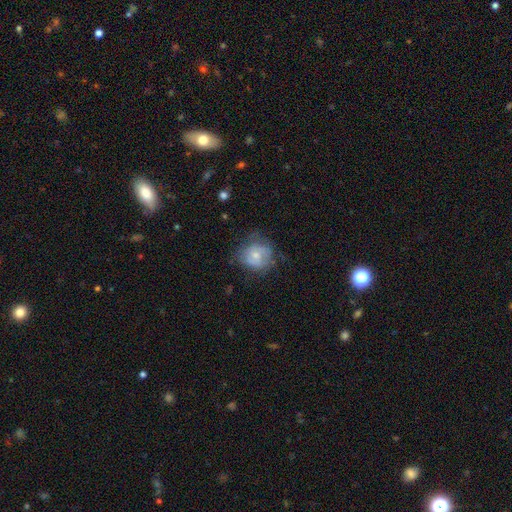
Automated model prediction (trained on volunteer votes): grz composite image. It shows a smooth galaxy with no disk features (53%) that is round (74%). Merging: none (54%).